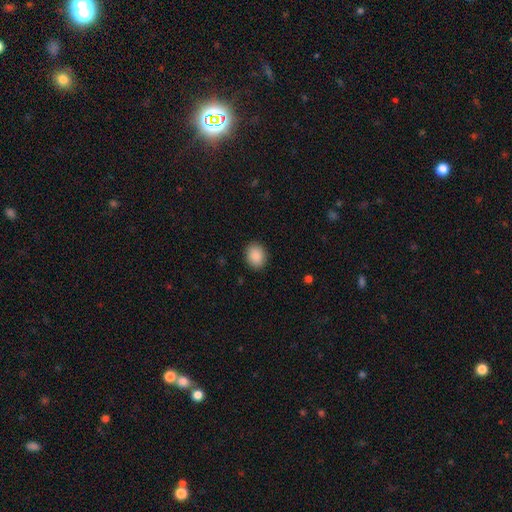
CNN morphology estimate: A smooth galaxy with no disk features (89%) that is round (58%). Merging: none (90%).